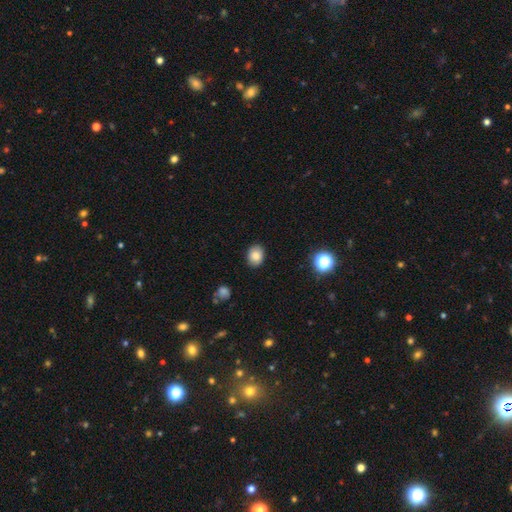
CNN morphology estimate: type=smooth (84%); roundness=in between (57%); merging=none (87%).